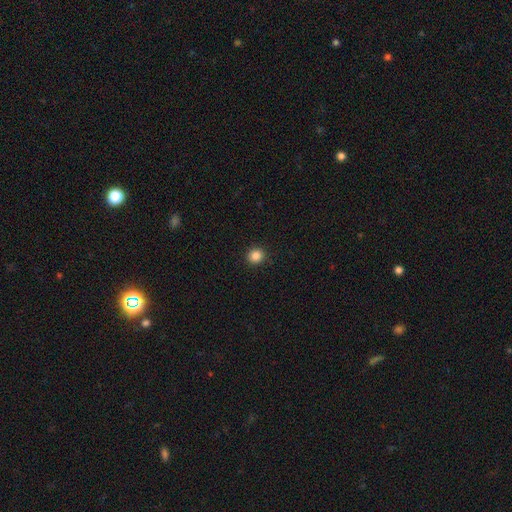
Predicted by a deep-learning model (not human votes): Smooth or featured? smooth (86%)
How rounded? round (89%)
Merging? none (92%)